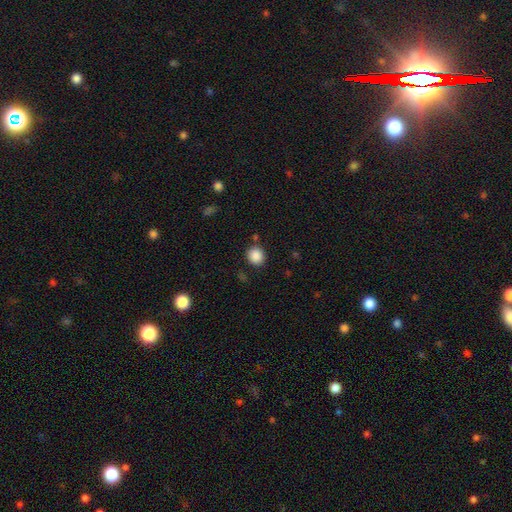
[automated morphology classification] A smooth galaxy with no disk features (88%) that is round (81%). Merging: none (84%).